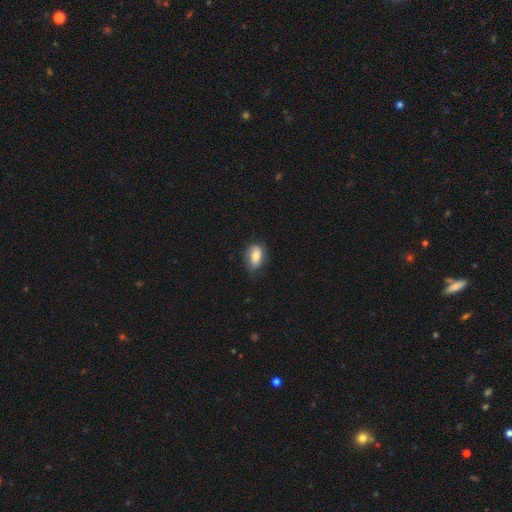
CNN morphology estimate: A smooth galaxy with no disk features (77%) that is in between round and cigar-shaped (87%). Merging: none (65%).